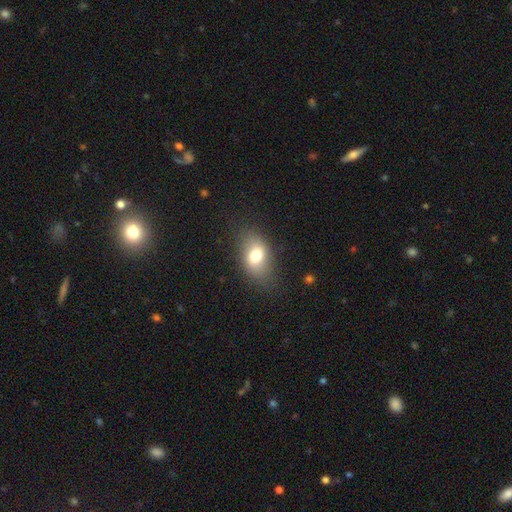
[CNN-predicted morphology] type=smooth (73%); roundness=in between (83%); merging=none (77%).